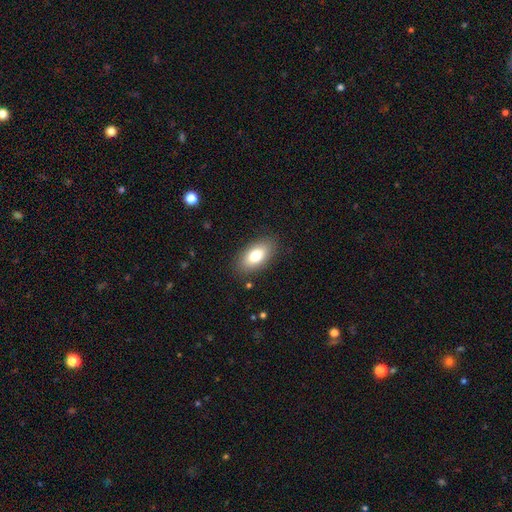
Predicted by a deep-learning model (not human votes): Smooth or featured: smooth — 79% (featured or disk — 13%)
How rounded: in between — 92% (round — 4%)
Merging: none — 86% (minor disturbance — 10%)